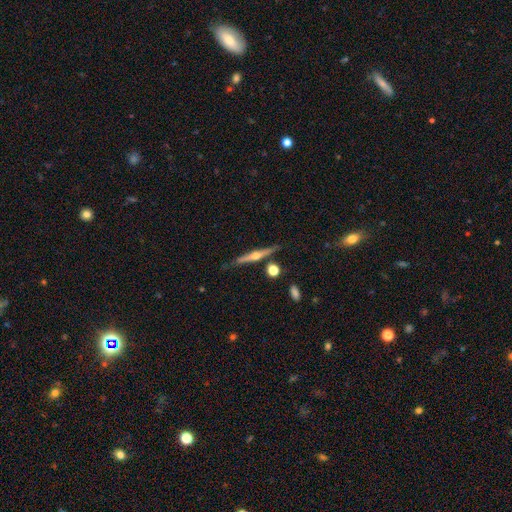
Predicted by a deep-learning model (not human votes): A featured or disk galaxy (78%) viewed edge-on (98%) with a rounded central bulge (93%). Merging: none (84%).